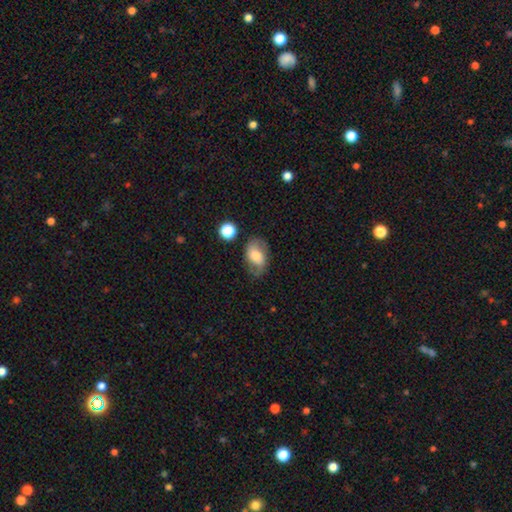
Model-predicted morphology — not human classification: Smooth or featured: smooth — 58% (featured or disk — 33%)
How rounded: in between — 83% (round — 16%)
Merging: none — 65% (minor disturbance — 23%)